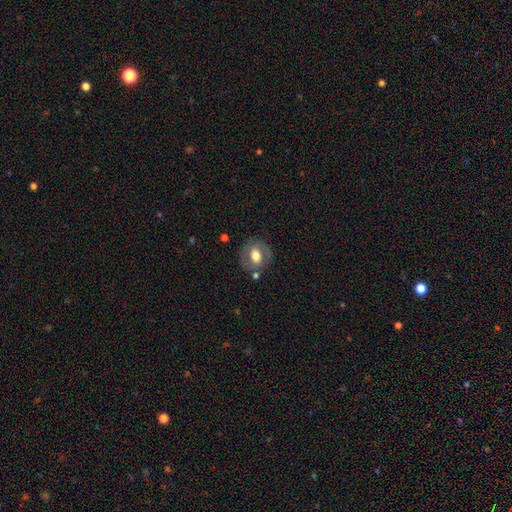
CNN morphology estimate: Overall: smooth (53%; featured or disk 39%). How rounded: round (59%; in between 40%). Merging: none (72%).